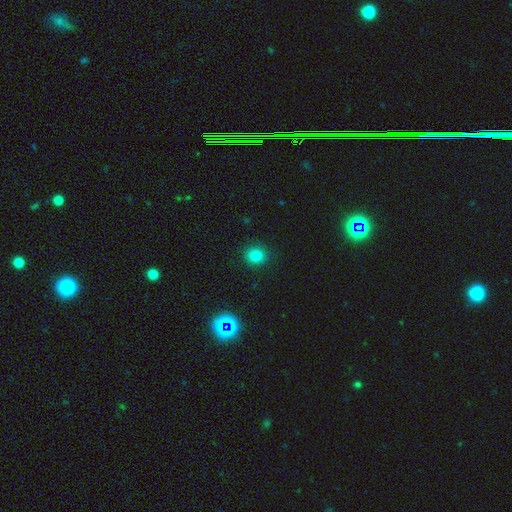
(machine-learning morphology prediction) A smooth galaxy with no disk features (79%) that is round (87%). Merging: none (90%).